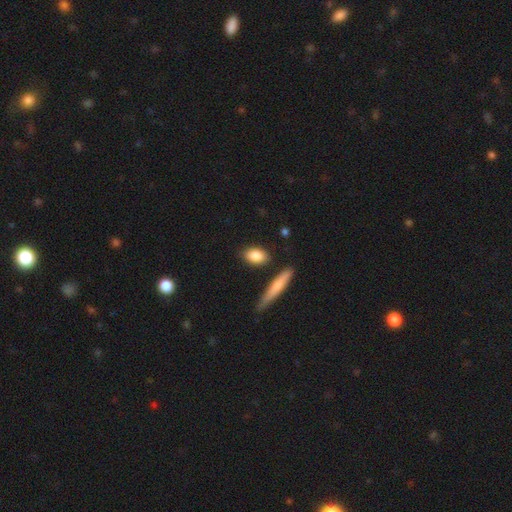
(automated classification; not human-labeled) A smooth galaxy with no disk features (85%) that is in between round and cigar-shaped (80%). Merging: none (81%).